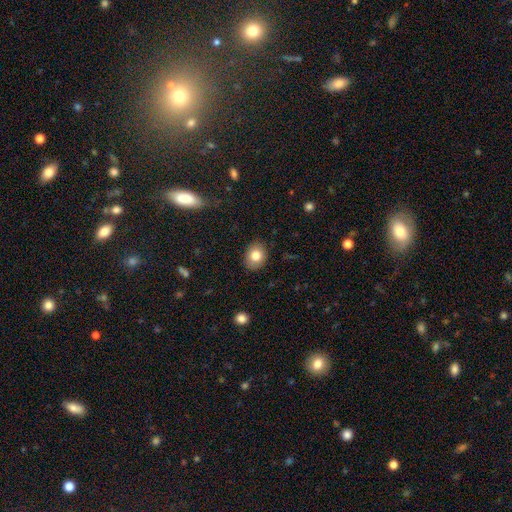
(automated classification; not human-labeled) Morphology: type=smooth (81%); roundness=in between (55%); merging=none (87%).